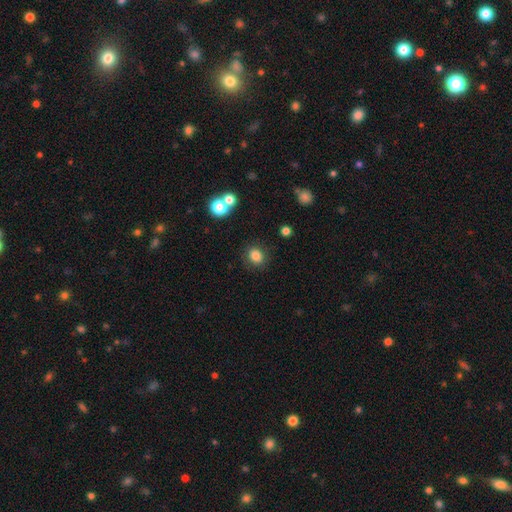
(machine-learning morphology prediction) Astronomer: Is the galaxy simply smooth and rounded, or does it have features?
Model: smooth — 83%.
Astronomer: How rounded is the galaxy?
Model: round — 66%.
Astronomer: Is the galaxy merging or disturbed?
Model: none — 84%.